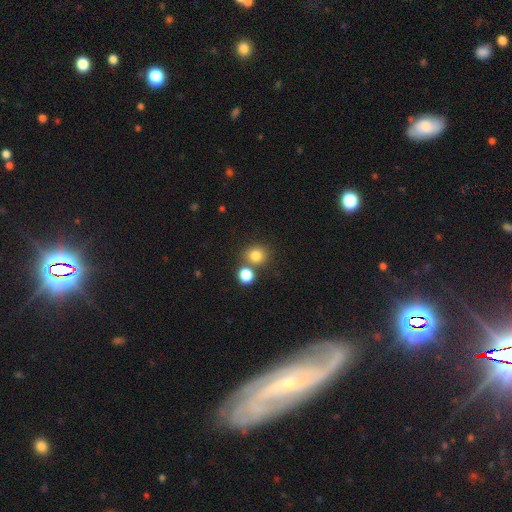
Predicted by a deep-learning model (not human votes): Smooth or featured: smooth — 80% (star or artifact — 13%)
How rounded: round — 83% (in between — 16%)
Merging: none — 68% (merger — 21%)